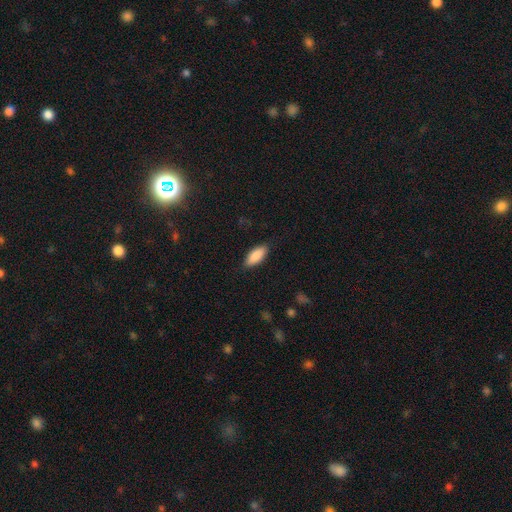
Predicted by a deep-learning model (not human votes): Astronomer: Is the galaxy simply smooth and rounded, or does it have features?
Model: smooth — 88%.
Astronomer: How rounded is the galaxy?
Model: in between — 82%.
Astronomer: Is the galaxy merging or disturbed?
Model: none — 85%.